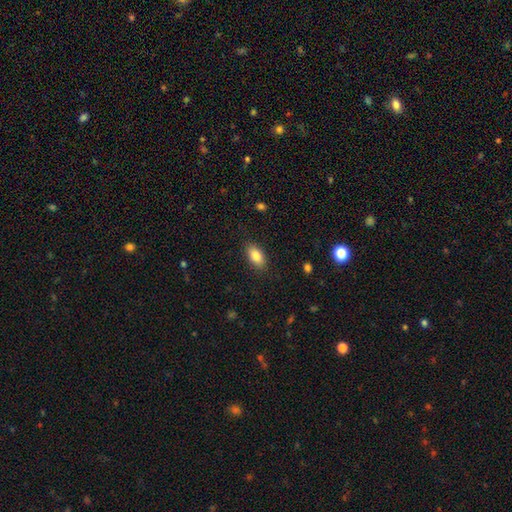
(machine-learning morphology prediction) This appears to be a smooth galaxy with no disk features (84%) that is in between round and cigar-shaped (90%). Merging: none (86%).